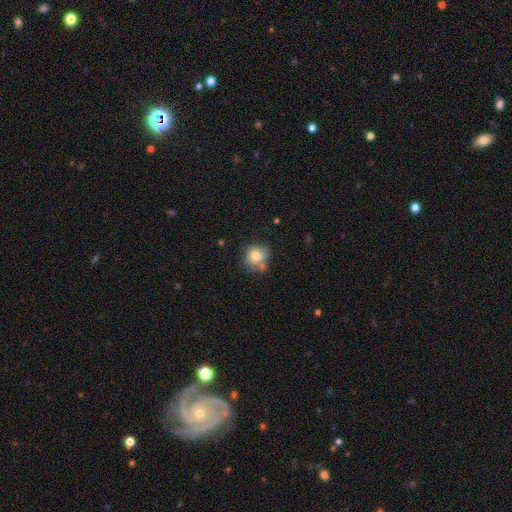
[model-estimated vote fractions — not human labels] The model was most divided on "merging": none: 53%, minor disturbance: 23%, merger: 17%, major disturbance: 7%. More confident: smooth or featured — smooth (76%); how rounded — round (71%).